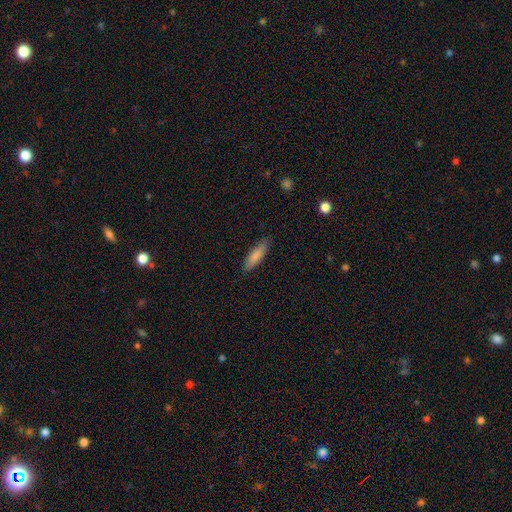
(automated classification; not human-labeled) smooth-or-featured: smooth: 82% | featured or disk: 12% | star or artifact: 6%
  how-rounded: cigar-shaped: 68% | in between: 31% | round: 1%
  merging: none: 86% | minor disturbance: 11% | major disturbance: 2% | merger: 1%